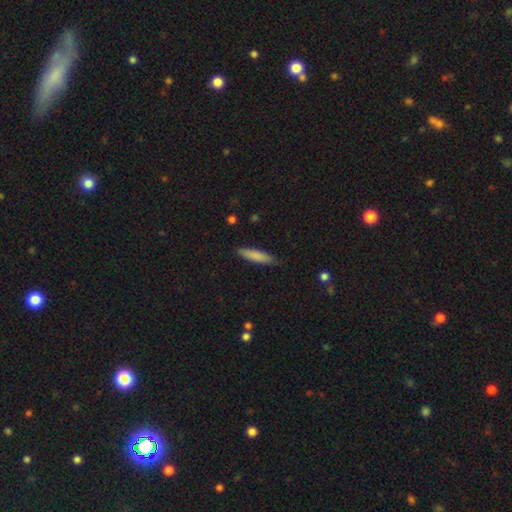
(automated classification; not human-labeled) This is clearly a smooth galaxy (83%). How rounded: clearly cigar-shaped (81%). Merging: clearly none (87%).